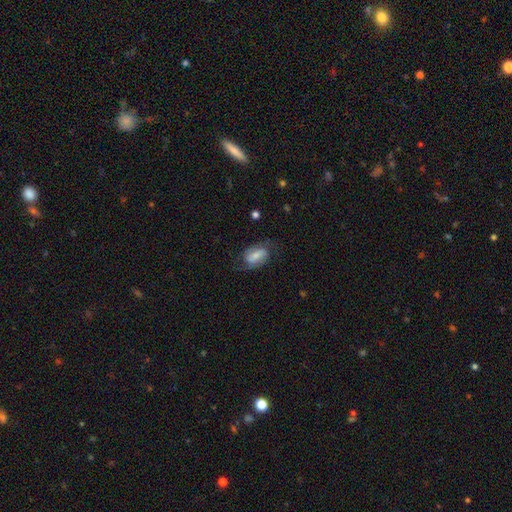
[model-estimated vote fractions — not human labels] A featured or disk galaxy (62%) with a weak bar (43%), 2 (84%) medium (46%) spiral arms (88%) and a small central bulge (45%).

Vote fractions:
- Smooth or featured? featured or disk: 62% / smooth: 31% / star or artifact: 7%
- Edge-on disk? no: 95% / yes: 5%
- Bar? weak: 43% / strong: 34% / no: 24%
- Spiral arms? yes: 88% / no: 12%
- Spiral winding? medium: 46% / loose: 32% / tight: 23%
- Spiral arm count? 2: 84% / can't tell: 8% / 1: 4% / 3: 2% / 4: 1% / more than 4: 1%
- Bulge size? small: 45% / moderate: 41% / none: 7% / large: 6% / dominant: 2%
- Merging? none: 65% / minor disturbance: 21% / major disturbance: 13% / merger: 1%